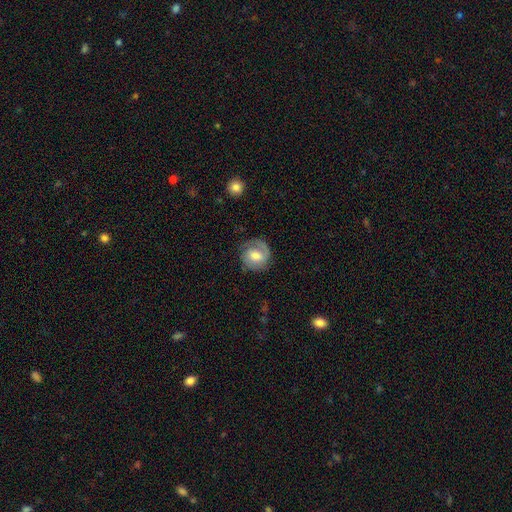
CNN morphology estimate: Q: Smooth or featured?
A: featured or disk (59%); runner-up: smooth (35%)
Q: Edge-on disk?
A: no (97%); runner-up: yes (3%)
Q: Bar?
A: weak (48%); runner-up: no (40%)
Q: Spiral arms?
A: yes (88%); runner-up: no (12%)
Q: Spiral winding?
A: tight (45%); runner-up: medium (39%)
Q: Spiral arm count?
A: 2 (51%); runner-up: 1 (36%)
Q: Bulge size?
A: moderate (59%); runner-up: small (18%)
Q: Merging?
A: none (73%); runner-up: minor disturbance (17%)